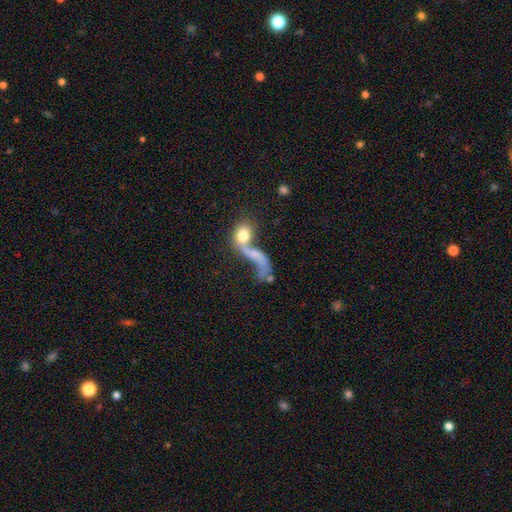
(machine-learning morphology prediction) A smooth galaxy with no disk features (49%). Merging: merger (60%).